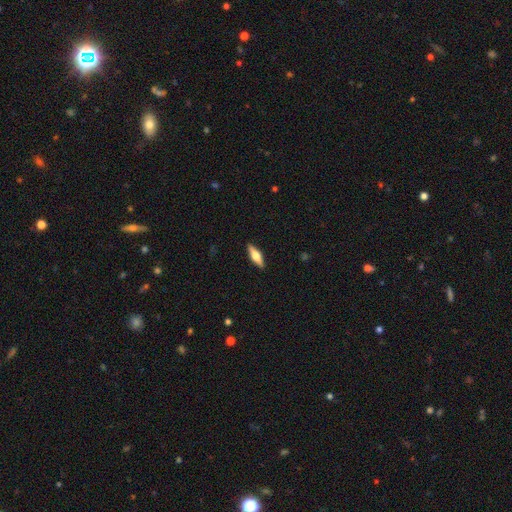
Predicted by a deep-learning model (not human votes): This appears to be a featured or disk galaxy (49%). Merging: none (90%).